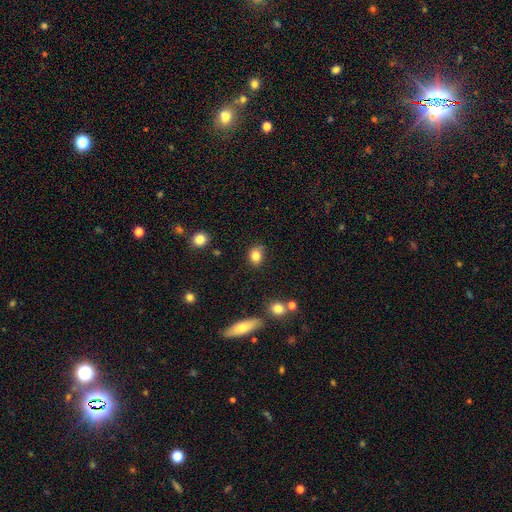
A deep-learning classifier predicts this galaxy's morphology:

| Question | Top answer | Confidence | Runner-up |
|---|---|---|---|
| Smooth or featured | smooth | 82% | star or artifact (11%) |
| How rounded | round | 52% | in between (47%) |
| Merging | none | 71% | minor disturbance (21%) |